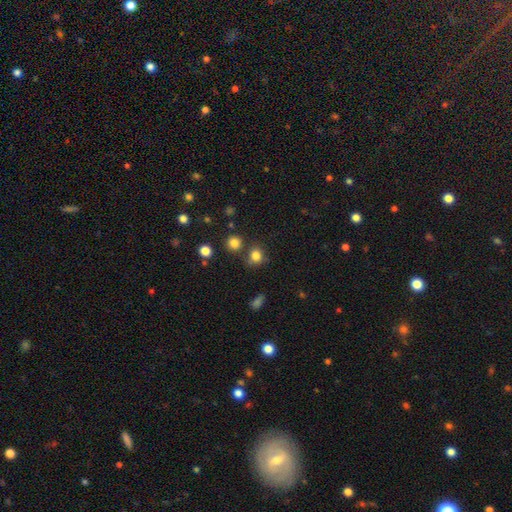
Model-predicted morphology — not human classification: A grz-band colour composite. It shows a smooth galaxy with no disk features (80%) that is round (82%). Merging: none (72%).